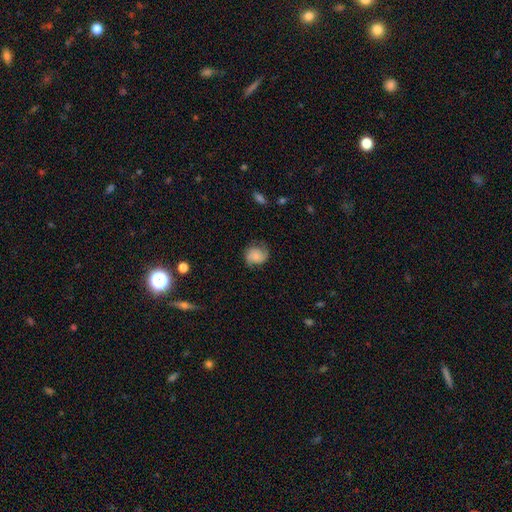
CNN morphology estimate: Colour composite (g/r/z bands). It shows a smooth galaxy with no disk features (50%) that is round (63%). Merging: none (62%).